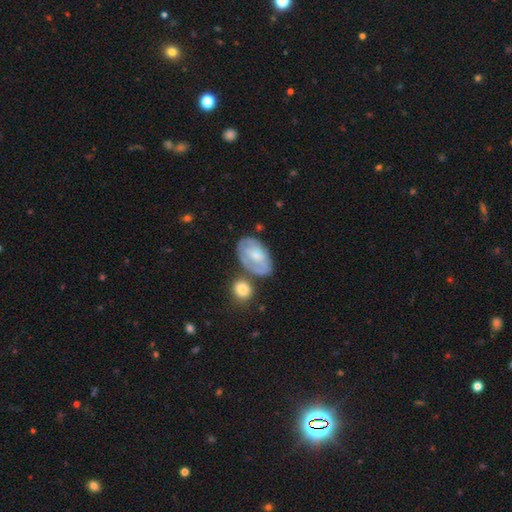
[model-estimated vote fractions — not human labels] smooth_or_featured: featured or disk (p=0.47) [alt: smooth p=0.46]
merging: none (p=0.51) [alt: minor disturbance p=0.25]